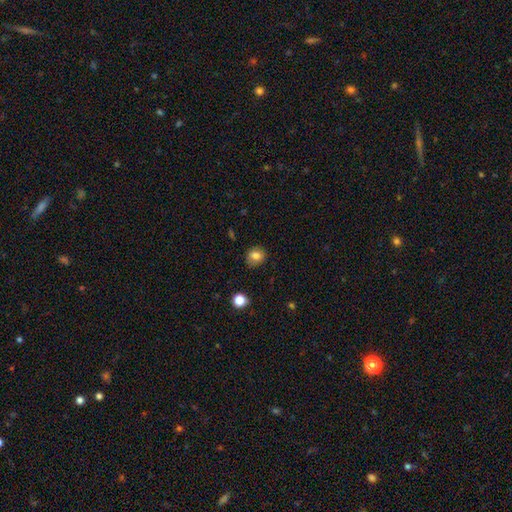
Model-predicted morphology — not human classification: smooth_or_featured: smooth (p=0.78) [alt: featured or disk p=0.11]
how_rounded: round (p=0.68) [alt: in between p=0.31]
merging: none (p=0.77) [alt: minor disturbance p=0.17]